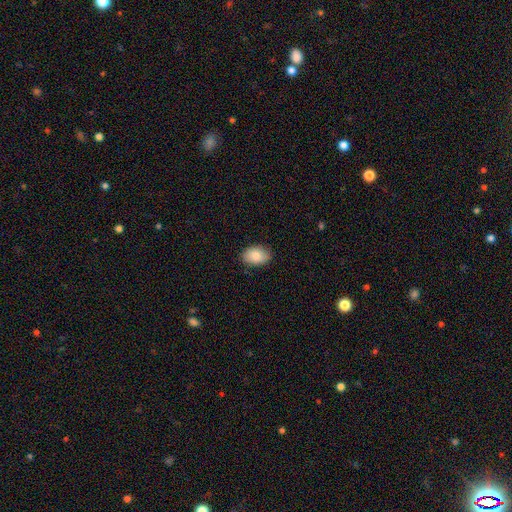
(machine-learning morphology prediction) Smooth or featured? Predicted: smooth (p=0.86). How rounded? Predicted: in between (p=0.86). Merging? Predicted: none (p=0.85).